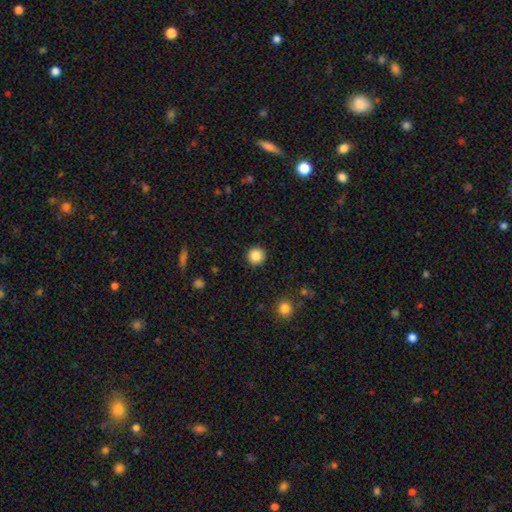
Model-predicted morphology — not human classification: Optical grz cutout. It shows a smooth galaxy with no disk features (85%) that is round (95%). Merging: none (92%).